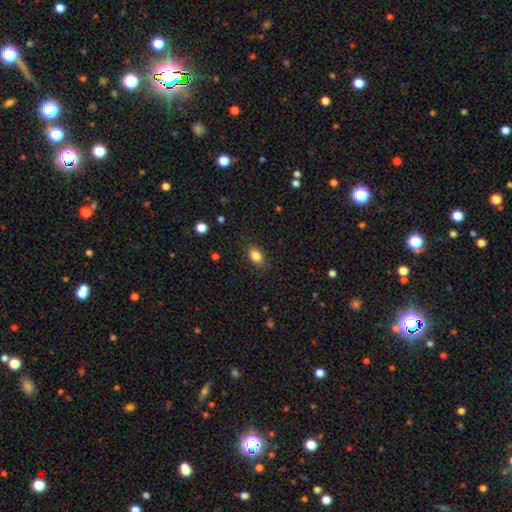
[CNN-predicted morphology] smooth 84%, star or artifact 10%, featured or disk 6%. Down the decision tree: how rounded — in between (79%); merging — none (84%).